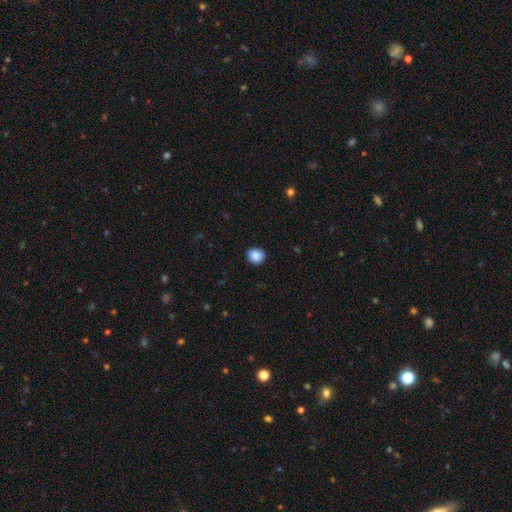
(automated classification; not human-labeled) A smooth galaxy with no disk features (88%) that is round (81%).

Vote fractions:
- Smooth or featured? smooth: 88% / star or artifact: 9% / featured or disk: 4%
- How rounded? round: 81% / in between: 18% / cigar-shaped: 1%
- Merging? none: 88% / minor disturbance: 9% / major disturbance: 2% / merger: 1%